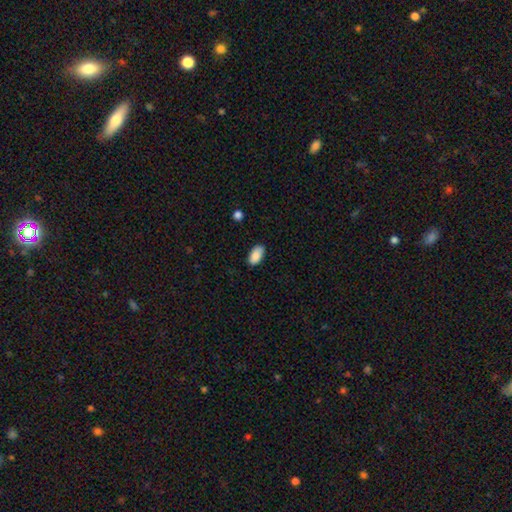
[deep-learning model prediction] smooth_or_featured: smooth (p=0.88) [alt: star or artifact p=0.07]
how_rounded: in between (p=0.94) [alt: round p=0.03]
merging: none (p=0.82) [alt: minor disturbance p=0.14]